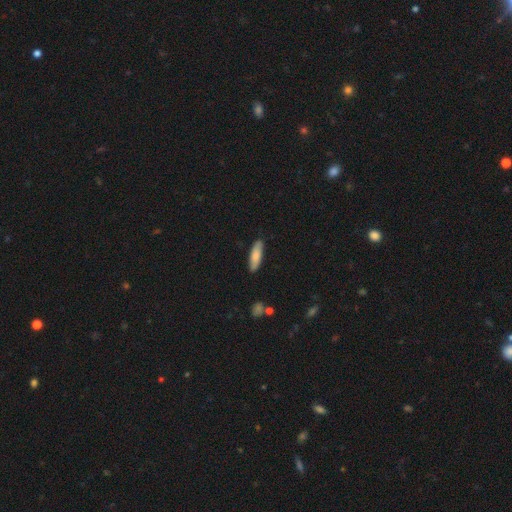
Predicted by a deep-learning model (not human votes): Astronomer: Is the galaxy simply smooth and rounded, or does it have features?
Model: smooth — 80%.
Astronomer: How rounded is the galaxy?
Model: cigar-shaped — 59% (runner-up: in between, 39%).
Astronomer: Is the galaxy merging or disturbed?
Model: none — 85%.